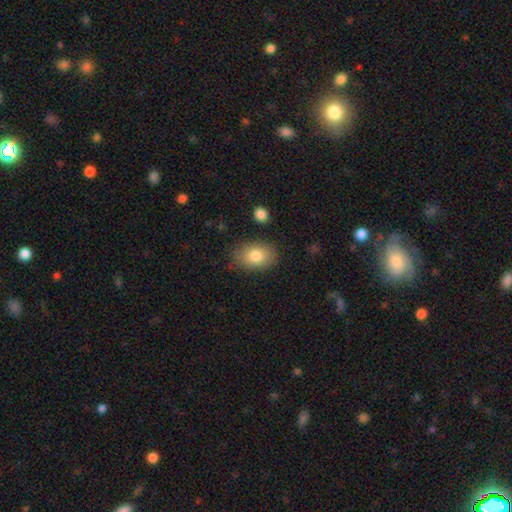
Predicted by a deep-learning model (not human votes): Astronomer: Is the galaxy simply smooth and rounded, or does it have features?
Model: smooth — 82%.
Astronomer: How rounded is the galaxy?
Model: in between — 82%.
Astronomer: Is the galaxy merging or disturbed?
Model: none — 81%.